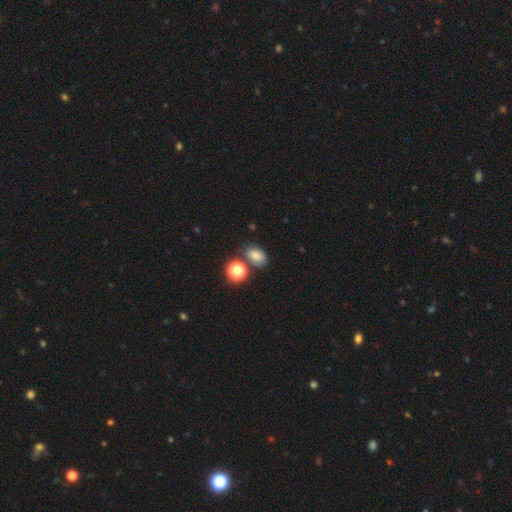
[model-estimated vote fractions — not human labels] smooth-or-featured: smooth: 74% | star or artifact: 16% | featured or disk: 9%
  how-rounded: in between: 76% | round: 23% | cigar-shaped: 1%
  merging: none: 67% | minor disturbance: 15% | merger: 13% | major disturbance: 5%